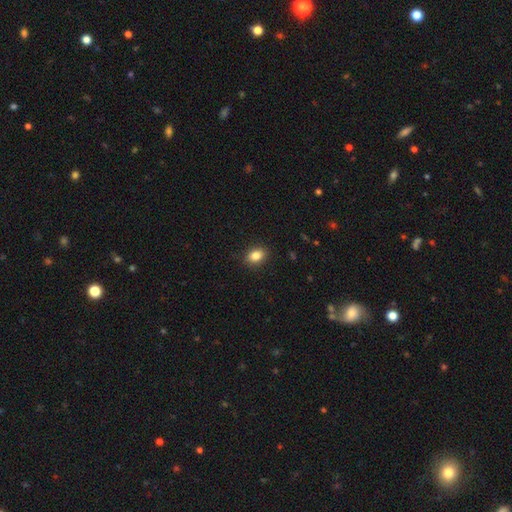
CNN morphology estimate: Smooth or featured: smooth — 85% (star or artifact — 9%)
How rounded: in between — 73% (round — 26%)
Merging: none — 89% (minor disturbance — 8%)